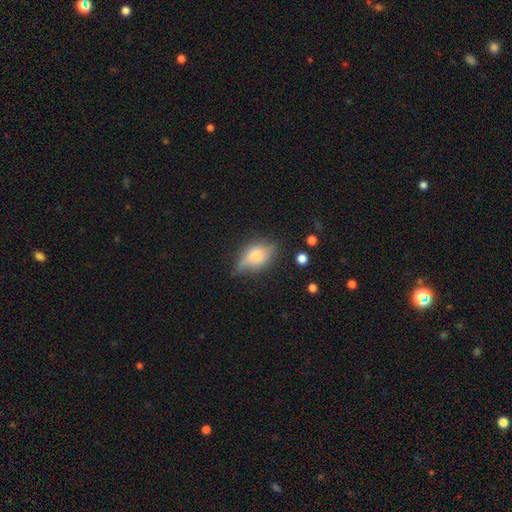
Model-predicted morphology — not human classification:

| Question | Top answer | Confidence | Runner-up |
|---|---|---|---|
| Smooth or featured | smooth | 51% | featured or disk (40%) |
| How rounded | in between | 77% | round (13%) |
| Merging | none | 59% | minor disturbance (29%) |